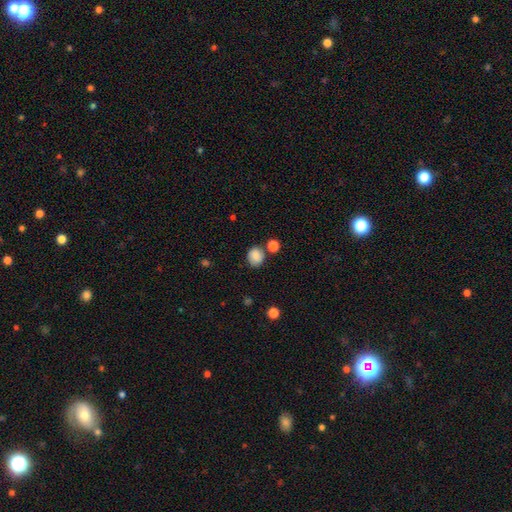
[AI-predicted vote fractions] smooth 85%, star or artifact 9%, featured or disk 6%. Down the decision tree: how rounded — round (68%); merging — none (73%).